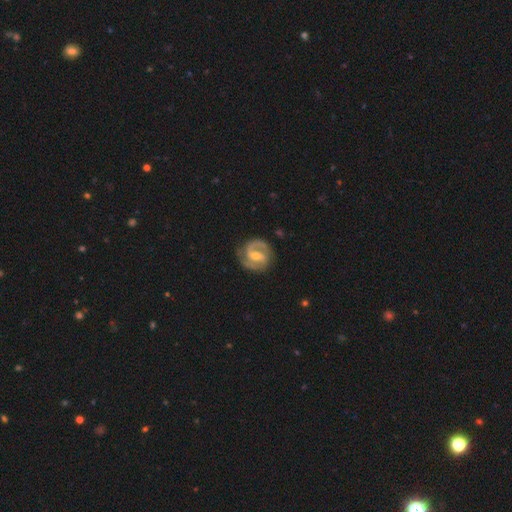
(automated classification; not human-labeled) Smooth or featured? featured or disk (90%)
Edge-on disk? no (98%)
Bar? weak (48%)
Spiral arms? yes (97%)
Spiral winding? medium (49%)
Spiral arm count? 2 (90%)
Bulge size? moderate (58%)
Merging? none (81%)